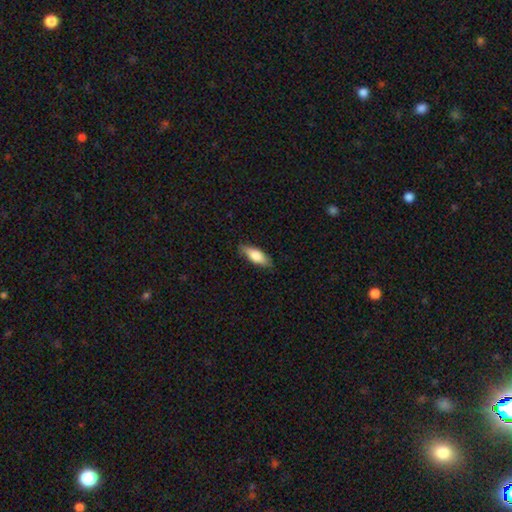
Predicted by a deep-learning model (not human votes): Smooth or featured: smooth — 76% (featured or disk — 19%)
How rounded: in between — 65% (cigar-shaped — 32%)
Merging: none — 83% (minor disturbance — 14%)